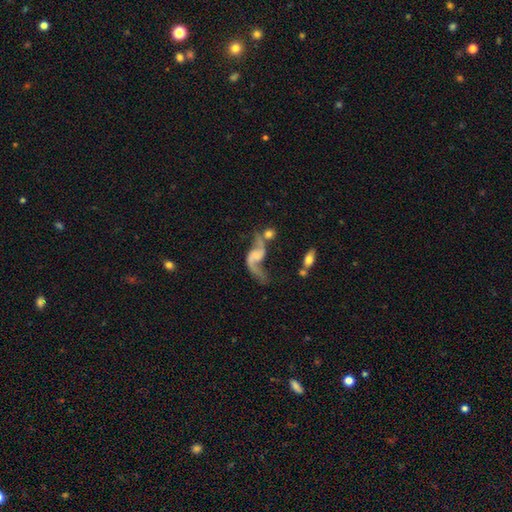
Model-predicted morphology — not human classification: Smooth or featured? featured or disk (85%)
Edge-on disk? no (96%)
Bar? no (52%)
Spiral arms? yes (93%)
Spiral winding? loose (88%)
Spiral arm count? 2 (88%)
Bulge size? none (42%)
Merging? none (40%)